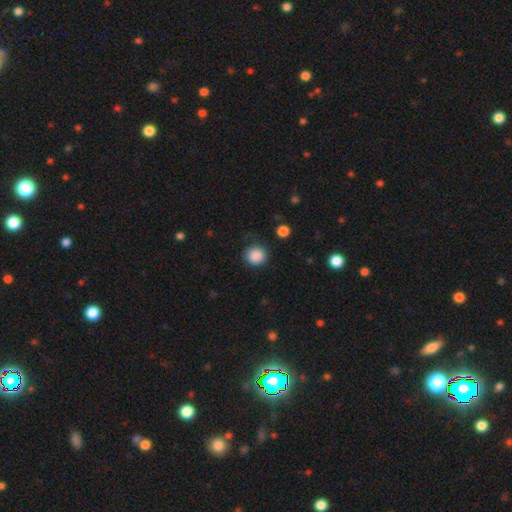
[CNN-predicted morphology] smooth-or-featured: smooth: 88% | star or artifact: 9% | featured or disk: 3%
  how-rounded: round: 90% | in between: 9% | cigar-shaped: 1%
  merging: none: 84% | minor disturbance: 11% | major disturbance: 4% | merger: 1%